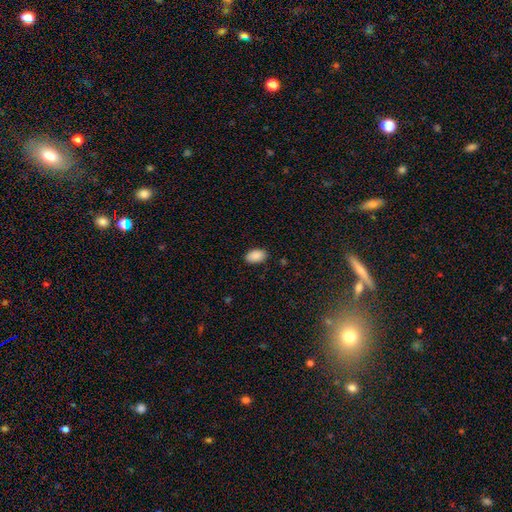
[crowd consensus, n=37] Volunteers were most divided on "merging": none: 85%, major disturbance: 6%, merger: 6%, minor disturbance: 3%. More confident: how rounded — in between (94%); smooth or featured — smooth (89%).